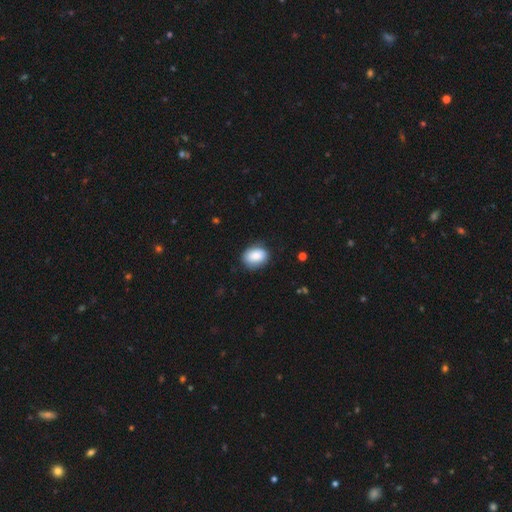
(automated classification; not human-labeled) The model was most divided on "how rounded": in between: 69%, round: 29%, cigar-shaped: 1%. More confident: smooth or featured — smooth (85%); merging — none (77%).